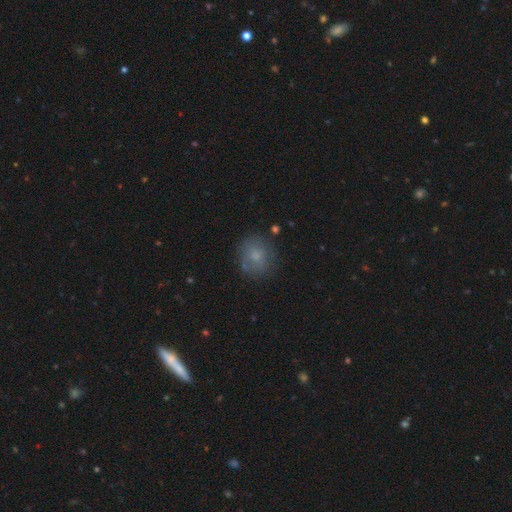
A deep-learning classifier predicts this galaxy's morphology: This appears to be a smooth galaxy with no disk features (70%) that is round (78%). Merging: none (72%).